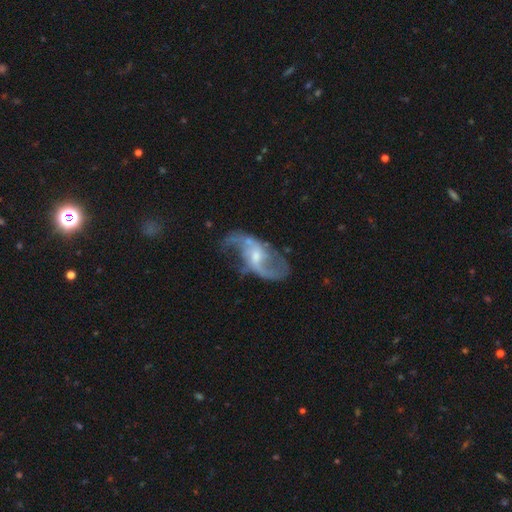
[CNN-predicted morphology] featured or disk 87%, smooth 7%, star or artifact 6%. Down the decision tree: edge-on disk — no (96%); bar — weak (50%); spiral arms — yes (94%); spiral arm count — 2 (89%); spiral winding — loose (69%); bulge size — moderate (46%); merging — none (62%).